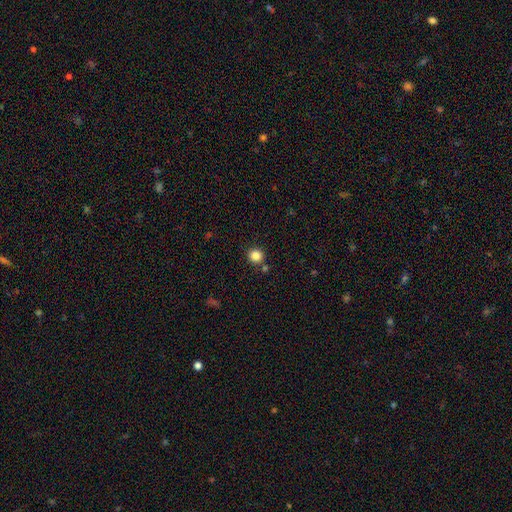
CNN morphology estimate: The model was most divided on "smooth or featured": smooth: 85%, star or artifact: 11%, featured or disk: 4%. More confident: how rounded — round (91%); merging — none (84%).